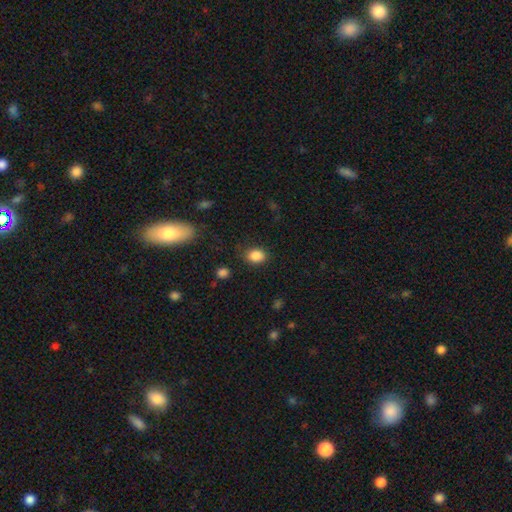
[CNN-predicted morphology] A smooth galaxy with no disk features (86%) that is in between round and cigar-shaped (60%). Merging: none (82%).